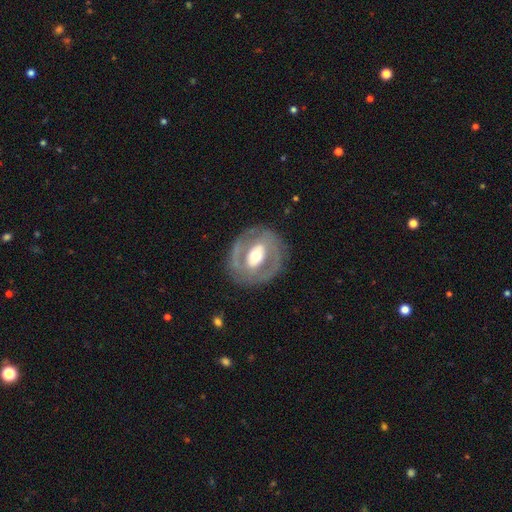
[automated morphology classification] Smooth or featured? featured or disk (72%)
Edge-on disk? no (95%)
Bar? strong (35%)
Spiral arms? no (50%, tied with yes)
Bulge size? moderate (64%)
Merging? none (81%)